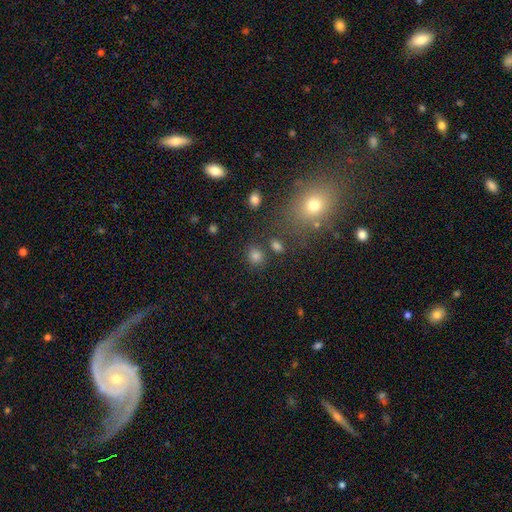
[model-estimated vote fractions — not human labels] A smooth galaxy with no disk features (77%) that is round (70%). Merging: none (79%).